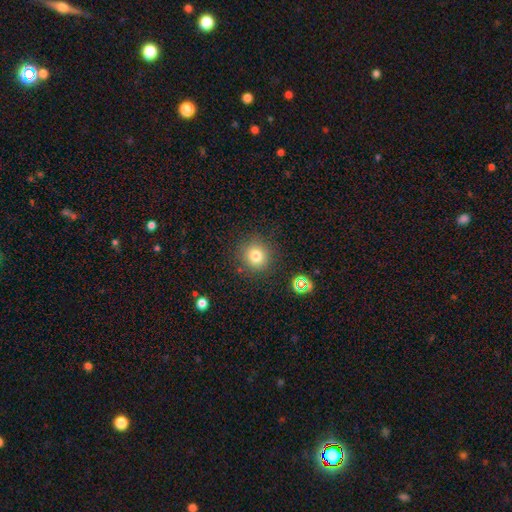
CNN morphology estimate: smooth-or-featured: smooth: 78% | star or artifact: 14% | featured or disk: 8%
  how-rounded: round: 91% | in between: 8% | cigar-shaped: 1%
  merging: none: 86% | minor disturbance: 8% | major disturbance: 3% | merger: 2%